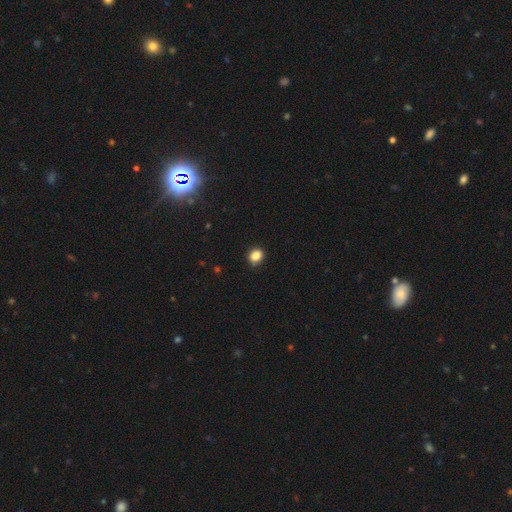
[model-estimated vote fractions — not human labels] smooth-or-featured: smooth: 86% | star or artifact: 11% | featured or disk: 4%
  how-rounded: round: 57% | in between: 42% | cigar-shaped: 1%
  merging: none: 82% | minor disturbance: 14% | major disturbance: 3% | merger: 1%